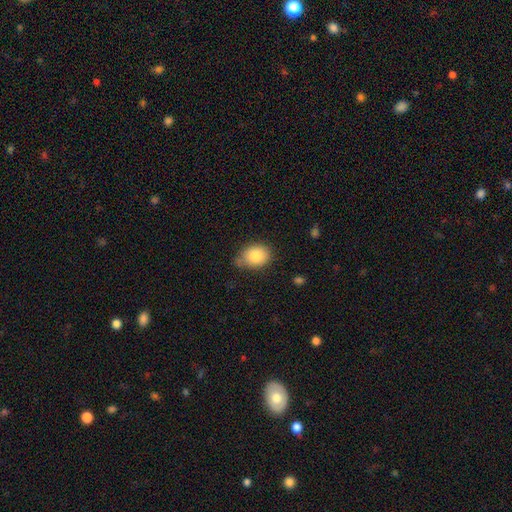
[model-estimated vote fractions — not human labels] Smooth or featured? Predicted: smooth (p=0.83). How rounded? Predicted: in between (p=0.59). Merging? Predicted: none (p=0.57).